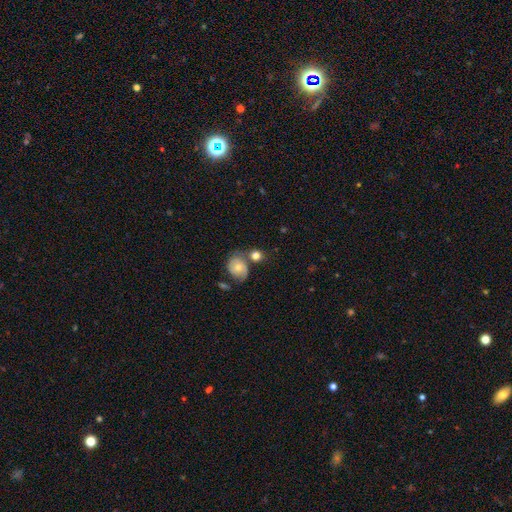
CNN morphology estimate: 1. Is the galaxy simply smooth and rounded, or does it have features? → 67% smooth, 23% featured or disk, 10% star or artifact.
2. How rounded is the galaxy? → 72% round, 27% in between, 1% cigar-shaped.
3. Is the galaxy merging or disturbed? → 54% none, 25% merger, 15% minor disturbance, 6% major disturbance.